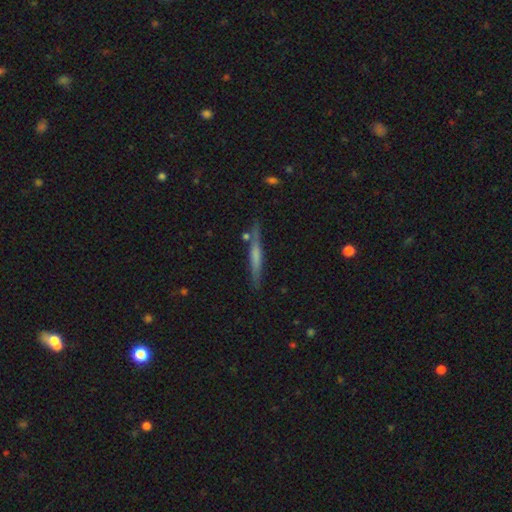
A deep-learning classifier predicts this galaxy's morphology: The model was most divided on "smooth or featured" (2-way tie): smooth: 47%, featured or disk: 47%, star or artifact: 7%. More confident: merging — none (83%).